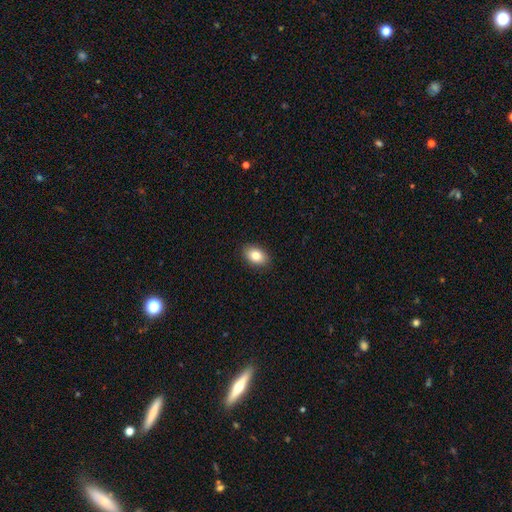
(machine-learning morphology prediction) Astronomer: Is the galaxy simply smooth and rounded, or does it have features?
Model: smooth — 83%.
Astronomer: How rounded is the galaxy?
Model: in between — 86%.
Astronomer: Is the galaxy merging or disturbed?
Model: none — 90%.